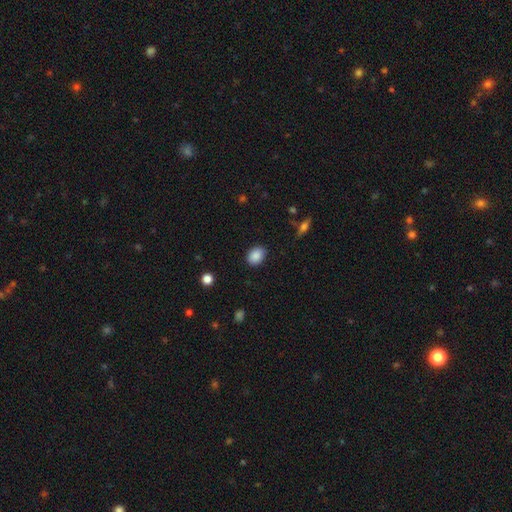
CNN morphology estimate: Overall: smooth (88%). How rounded: in between (66%; round 33%). Merging: none (86%).